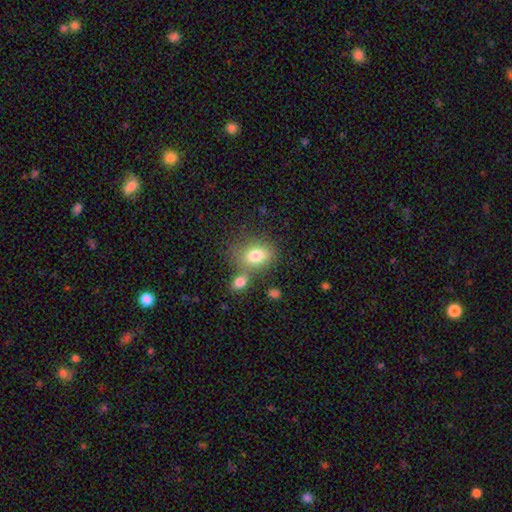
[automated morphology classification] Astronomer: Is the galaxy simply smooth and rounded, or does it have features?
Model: smooth — 79%.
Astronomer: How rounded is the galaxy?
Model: in between — 68%.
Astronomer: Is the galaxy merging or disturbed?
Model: none — 54%.